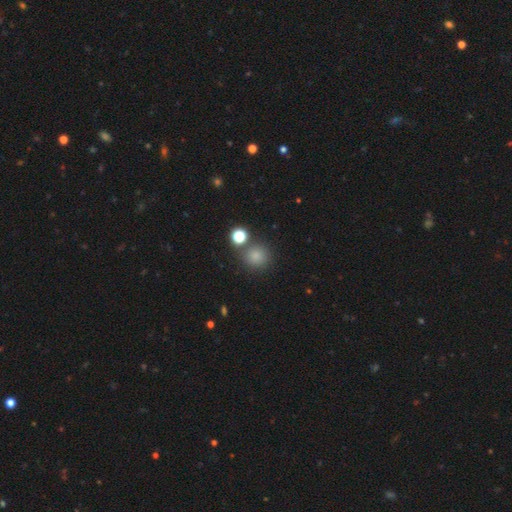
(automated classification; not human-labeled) Q: Smooth or featured?
A: smooth (80%); runner-up: star or artifact (15%)
Q: How rounded?
A: round (91%); runner-up: in between (8%)
Q: Merging?
A: none (76%); runner-up: merger (12%)